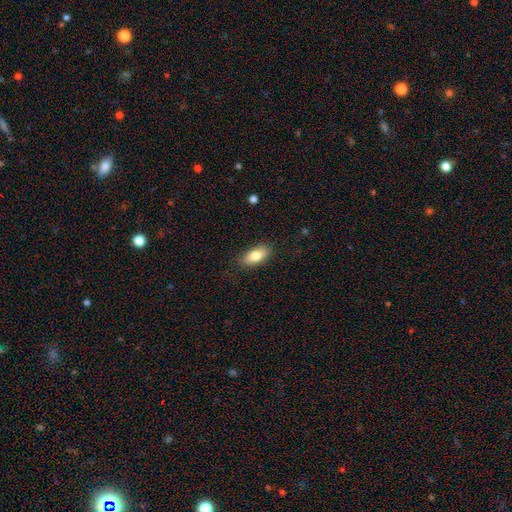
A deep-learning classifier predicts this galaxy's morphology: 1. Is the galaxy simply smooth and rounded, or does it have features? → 80% smooth, 14% featured or disk, 7% star or artifact.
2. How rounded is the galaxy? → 87% in between, 9% cigar-shaped, 3% round.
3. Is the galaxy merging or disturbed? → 85% none, 11% minor disturbance, 3% major disturbance, 1% merger.